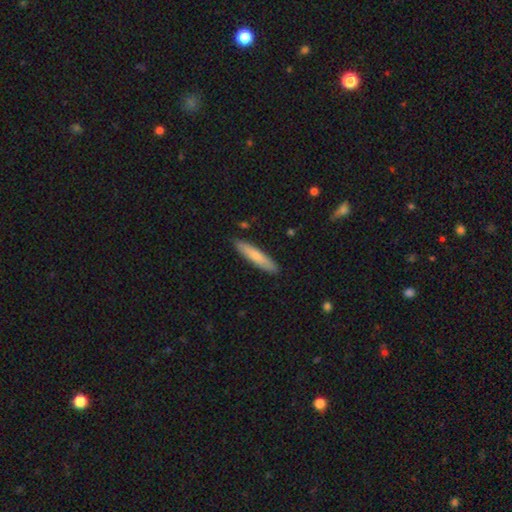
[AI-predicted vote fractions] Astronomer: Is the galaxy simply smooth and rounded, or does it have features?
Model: smooth — 73%.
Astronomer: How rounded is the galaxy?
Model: cigar-shaped — 88%.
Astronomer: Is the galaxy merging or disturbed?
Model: none — 89%.